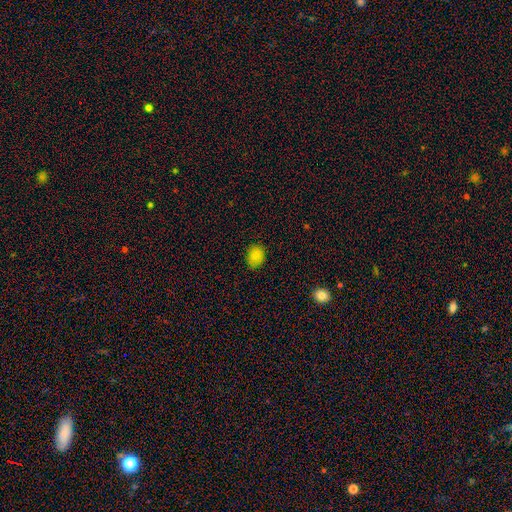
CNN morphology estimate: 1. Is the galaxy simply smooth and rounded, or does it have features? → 84% smooth, 11% star or artifact, 5% featured or disk.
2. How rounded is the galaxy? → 57% in between, 42% round, 1% cigar-shaped.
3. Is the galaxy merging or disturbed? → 80% none, 17% minor disturbance, 3% major disturbance, 1% merger.